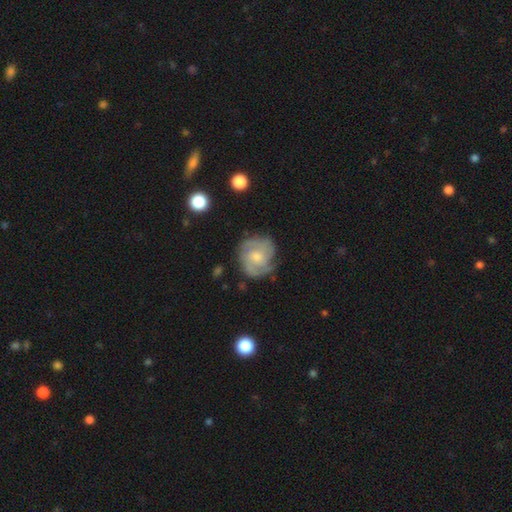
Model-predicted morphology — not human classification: Smooth or featured? featured or disk (76%)
Edge-on disk? no (98%)
Bar? no (65%)
Spiral arms? yes (93%)
Spiral winding? tight (56%)
Spiral arm count? 2 (37%)
Bulge size? moderate (53%)
Merging? none (77%)